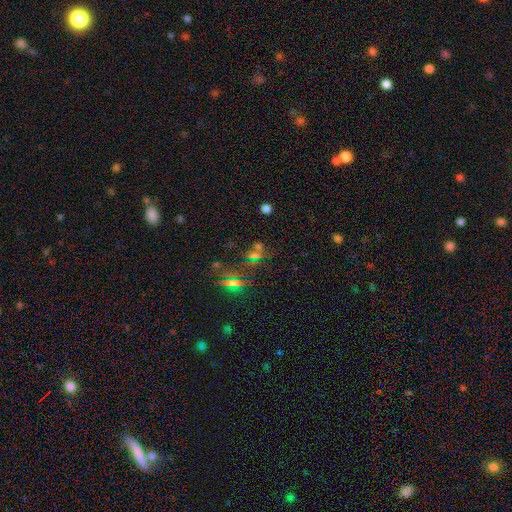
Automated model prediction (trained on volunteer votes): The model was most divided on "smooth or featured": star or artifact: 56%, smooth: 31%, featured or disk: 13%.